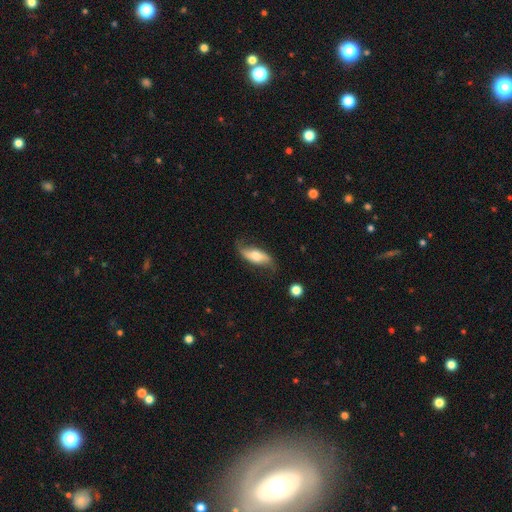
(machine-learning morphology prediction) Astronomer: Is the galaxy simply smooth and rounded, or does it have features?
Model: featured or disk — 59% (runner-up: smooth, 35%).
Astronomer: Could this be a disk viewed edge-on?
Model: no — 78%.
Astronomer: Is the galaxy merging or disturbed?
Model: none — 66%.